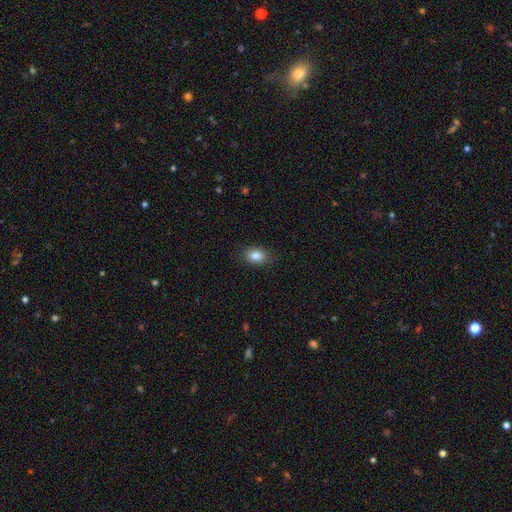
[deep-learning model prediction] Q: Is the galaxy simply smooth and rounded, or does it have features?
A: smooth — 85%.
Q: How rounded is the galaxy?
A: in between — 76%.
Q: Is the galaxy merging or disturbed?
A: none — 85%.